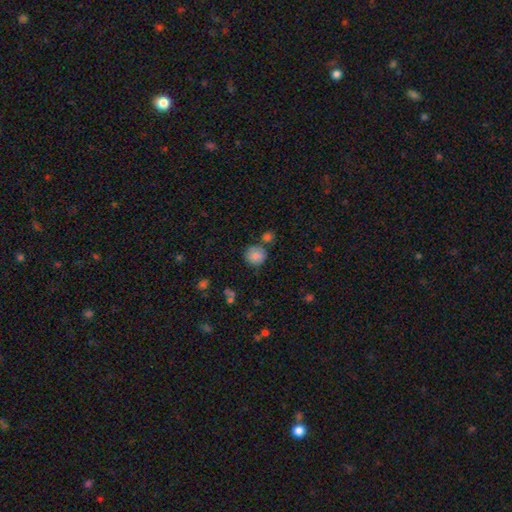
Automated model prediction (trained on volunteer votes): A smooth galaxy with no disk features (84%) that is round (87%). Merging: none (71%).